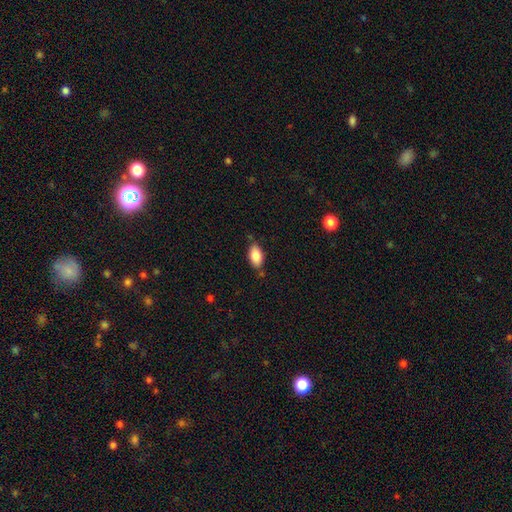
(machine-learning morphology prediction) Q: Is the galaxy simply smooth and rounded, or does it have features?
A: smooth — 86%.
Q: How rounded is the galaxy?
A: in between — 92%.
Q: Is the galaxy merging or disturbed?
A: none — 76%.